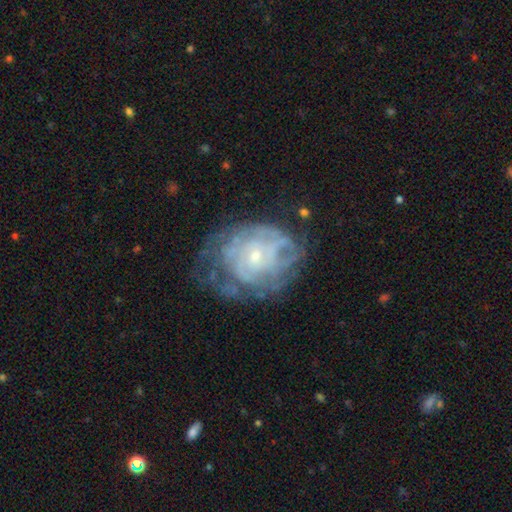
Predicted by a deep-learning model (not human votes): Q: Smooth or featured?
A: featured or disk (77%); runner-up: smooth (16%)
Q: Edge-on disk?
A: no (97%); runner-up: yes (3%)
Q: Bar?
A: no (76%); runner-up: weak (20%)
Q: Spiral arms?
A: yes (76%); runner-up: no (24%)
Q: Spiral winding?
A: tight (66%); runner-up: medium (24%)
Q: Spiral arm count?
A: can't tell (60%); runner-up: 4 (10%)
Q: Bulge size?
A: small (72%); runner-up: moderate (22%)
Q: Merging?
A: none (57%); runner-up: minor disturbance (23%)